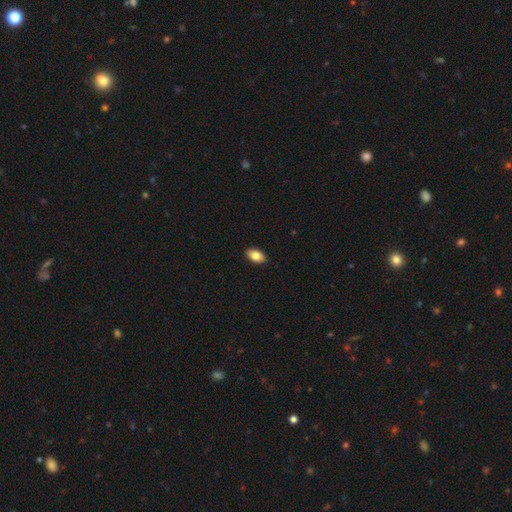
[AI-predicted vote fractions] Smooth or featured?
  - smooth: 83% *
  - featured or disk: 10%
  - star or artifact: 7%
How rounded?
  - in between: 92% *
  - round: 6%
  - cigar-shaped: 2%
Merging?
  - none: 90% *
  - minor disturbance: 7%
  - major disturbance: 2%
  - merger: 1%